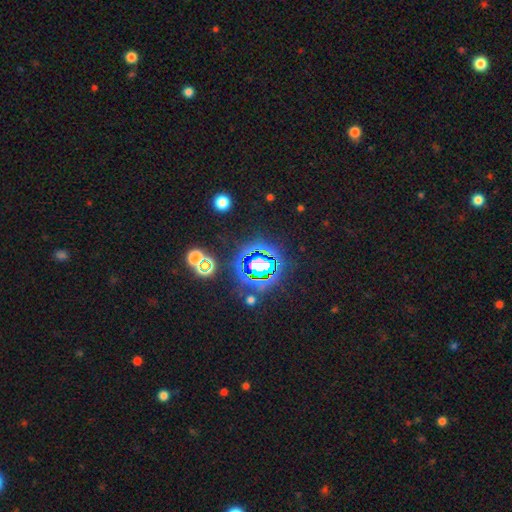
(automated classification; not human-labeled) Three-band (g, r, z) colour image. It shows a star or artifact, not a galaxy (78%).